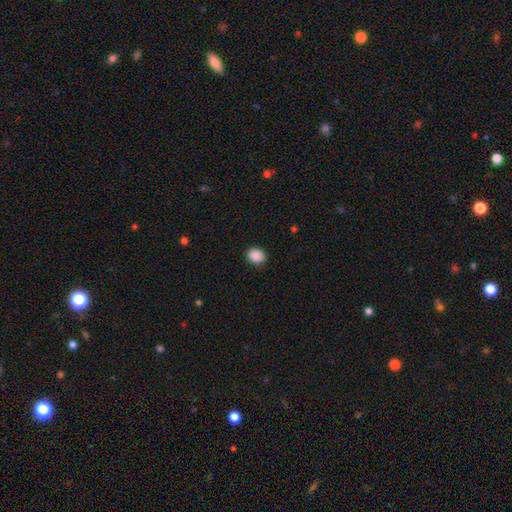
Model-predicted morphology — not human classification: smooth-or-featured: smooth: 89% | star or artifact: 8% | featured or disk: 2%
  how-rounded: round: 62% | in between: 37% | cigar-shaped: 1%
  merging: none: 90% | minor disturbance: 7% | major disturbance: 2% | merger: 1%